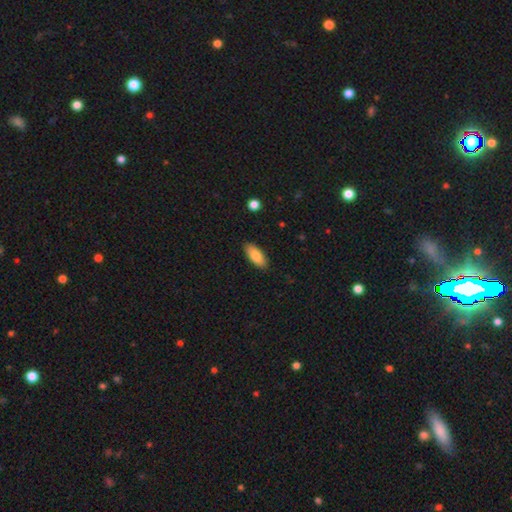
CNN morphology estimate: smooth 83%, featured or disk 11%, star or artifact 6%. Down the decision tree: how rounded — in between (84%); merging — none (88%).